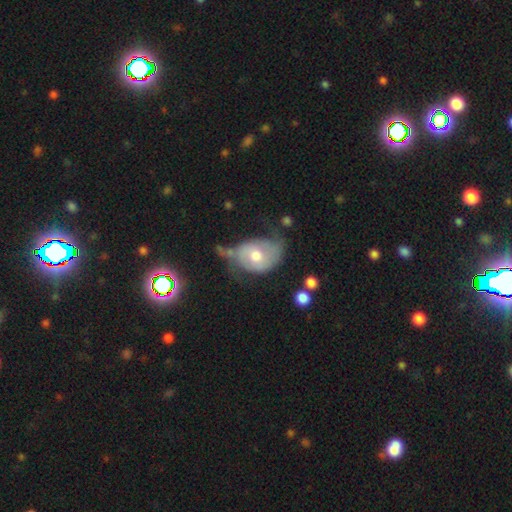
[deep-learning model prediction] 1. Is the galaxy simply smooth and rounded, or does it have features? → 45% smooth, 44% featured or disk, 10% star or artifact.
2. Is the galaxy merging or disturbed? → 35% minor disturbance, 32% none, 25% major disturbance, 8% merger.